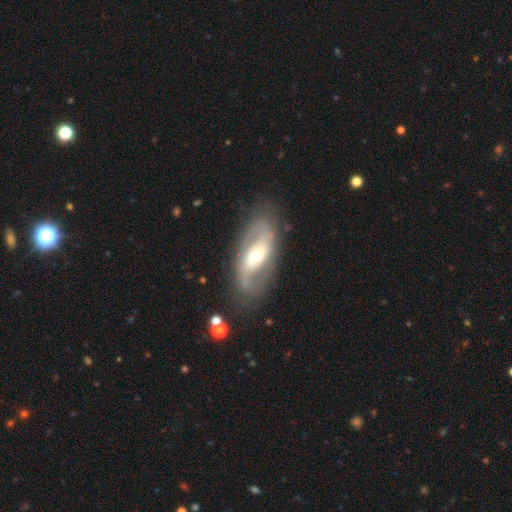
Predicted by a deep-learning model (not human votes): Q: Smooth or featured?
A: featured or disk (76%); runner-up: smooth (18%)
Q: Edge-on disk?
A: no (92%); runner-up: yes (8%)
Q: Bar?
A: weak (39%); runner-up: strong (31%)
Q: Spiral arms?
A: yes (79%); runner-up: no (21%)
Q: Spiral winding?
A: medium (43%); runner-up: loose (34%)
Q: Spiral arm count?
A: 2 (82%); runner-up: can't tell (11%)
Q: Bulge size?
A: moderate (57%); runner-up: small (34%)
Q: Merging?
A: none (76%); runner-up: minor disturbance (15%)